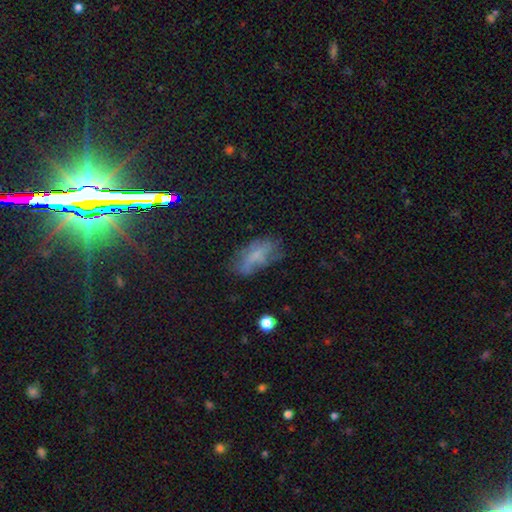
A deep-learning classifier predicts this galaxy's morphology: Smooth or featured: smooth — 52% (featured or disk — 32%)
How rounded: in between — 86% (cigar-shaped — 10%)
Merging: none — 51% (minor disturbance — 28%)